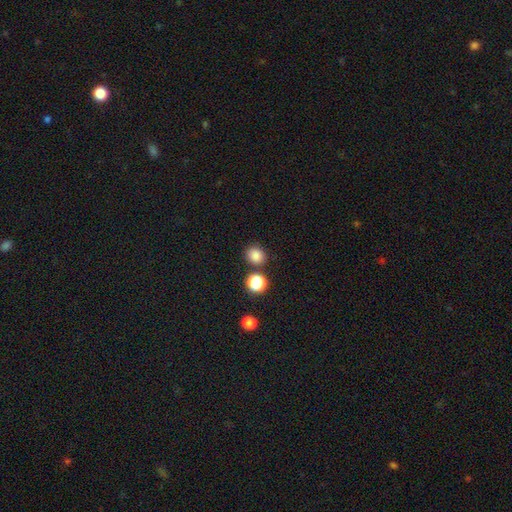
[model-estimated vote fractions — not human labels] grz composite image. It shows a smooth galaxy with no disk features (83%) that is round (77%). Merging: none (80%).